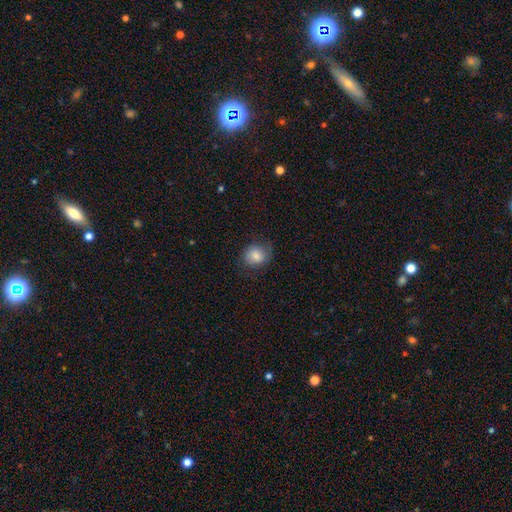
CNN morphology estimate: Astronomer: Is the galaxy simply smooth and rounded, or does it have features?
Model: smooth — 82%.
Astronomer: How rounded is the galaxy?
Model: round — 60% (runner-up: in between, 39%).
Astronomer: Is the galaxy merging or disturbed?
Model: none — 73%.